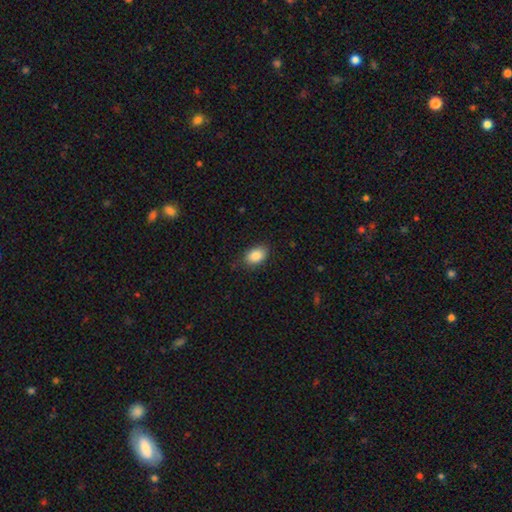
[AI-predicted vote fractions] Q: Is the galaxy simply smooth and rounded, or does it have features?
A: smooth — 87%.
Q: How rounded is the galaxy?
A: in between — 85%.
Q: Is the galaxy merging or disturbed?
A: none — 83%.